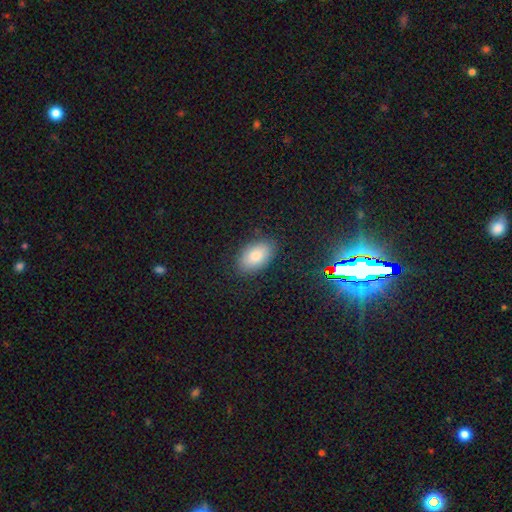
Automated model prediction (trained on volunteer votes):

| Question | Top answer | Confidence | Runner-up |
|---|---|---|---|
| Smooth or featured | smooth | 80% | star or artifact (11%) |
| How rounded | in between | 91% | round (7%) |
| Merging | none | 86% | minor disturbance (10%) |